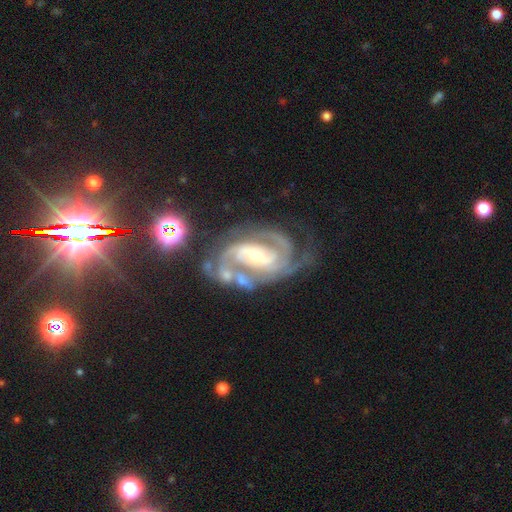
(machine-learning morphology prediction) Q: Smooth or featured?
A: featured or disk (91%); runner-up: star or artifact (5%)
Q: Edge-on disk?
A: no (97%); runner-up: yes (3%)
Q: Bar?
A: strong (41%); runner-up: weak (38%)
Q: Spiral arms?
A: yes (98%); runner-up: no (2%)
Q: Spiral winding?
A: tight (48%); runner-up: medium (43%)
Q: Spiral arm count?
A: 2 (57%); runner-up: 3 (22%)
Q: Bulge size?
A: moderate (51%); runner-up: small (42%)
Q: Merging?
A: none (50%); runner-up: minor disturbance (20%)